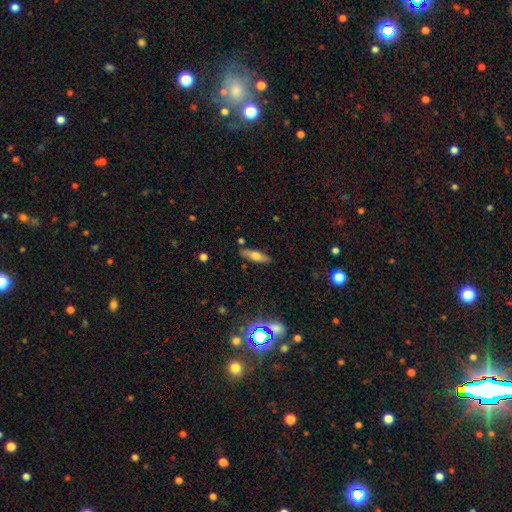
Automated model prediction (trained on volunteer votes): Smooth or featured? smooth (53%)
How rounded? cigar-shaped (58%)
Merging? none (83%)